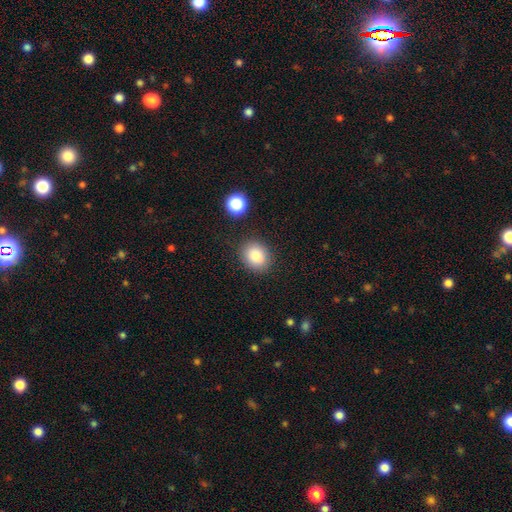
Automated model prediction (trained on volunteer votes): smooth-or-featured: smooth: 85% | star or artifact: 10% | featured or disk: 6%
  how-rounded: round: 60% | in between: 40% | cigar-shaped: 1%
  merging: none: 84% | minor disturbance: 10% | major disturbance: 3% | merger: 3%